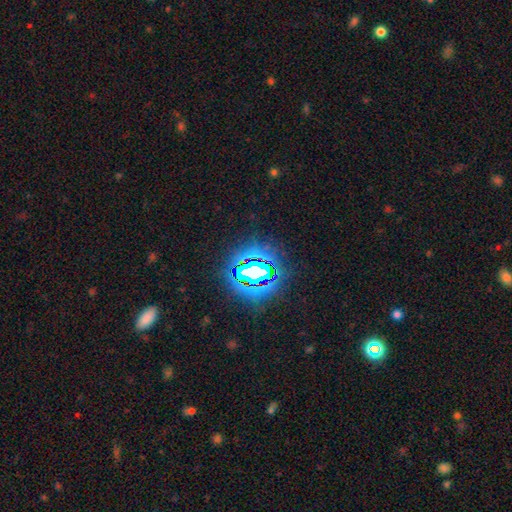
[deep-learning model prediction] Smooth or featured? Predicted: star or artifact (p=0.83).